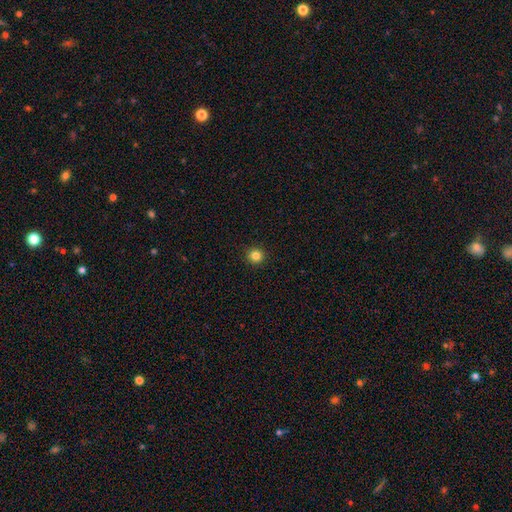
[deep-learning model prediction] Morphology: type=smooth (83%); roundness=round (95%); merging=none (93%).